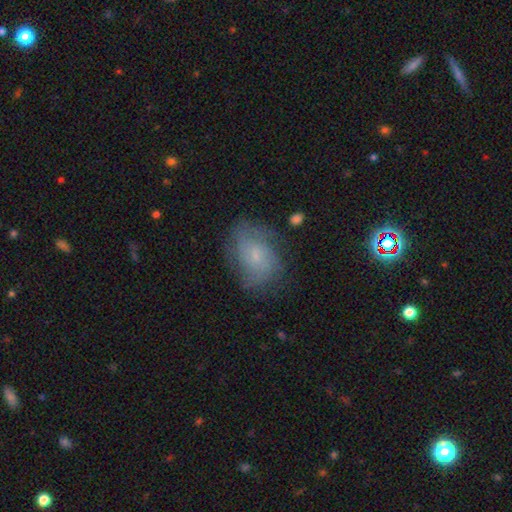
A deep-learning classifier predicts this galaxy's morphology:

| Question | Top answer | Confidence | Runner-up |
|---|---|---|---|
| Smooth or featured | featured or disk | 51% | smooth (37%) |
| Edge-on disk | no | 97% | yes (3%) |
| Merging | none | 66% | minor disturbance (22%) |